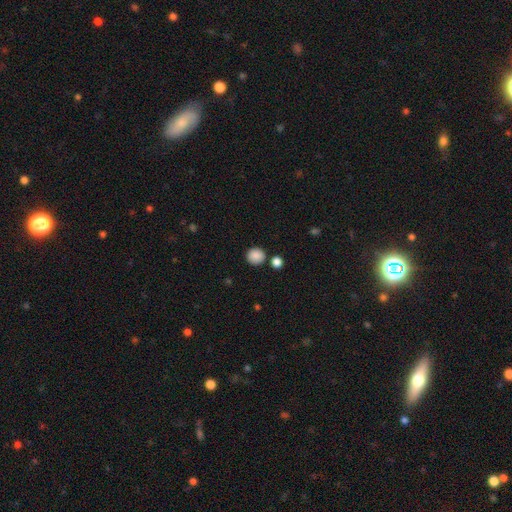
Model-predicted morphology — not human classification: smooth 87%, star or artifact 9%, featured or disk 4%. Down the decision tree: how rounded — round (89%); merging — none (82%).